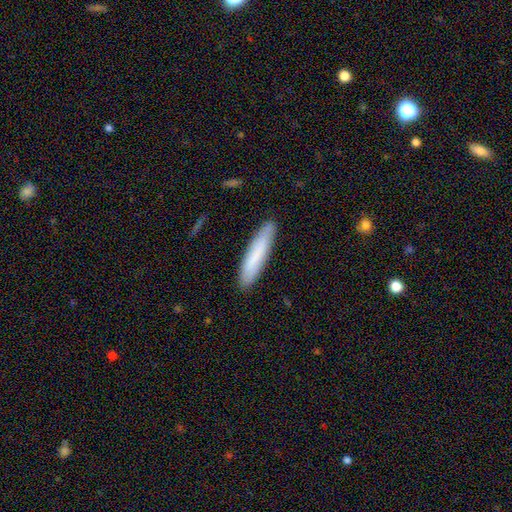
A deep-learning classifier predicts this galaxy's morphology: smooth 76%, featured or disk 18%, star or artifact 6%. Down the decision tree: how rounded — cigar-shaped (86%); merging — none (88%).